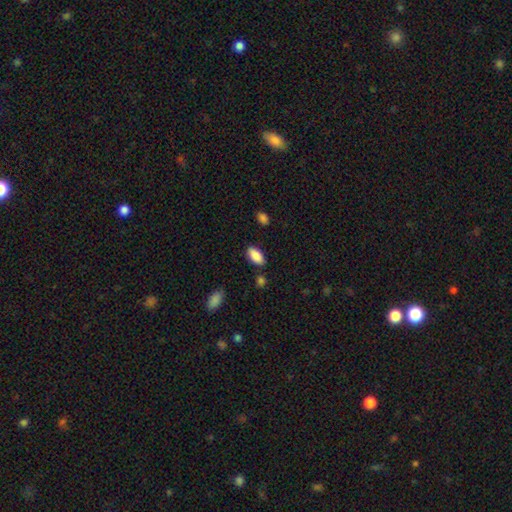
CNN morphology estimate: Smooth or featured? smooth (88%)
How rounded? in between (92%)
Merging? none (83%)